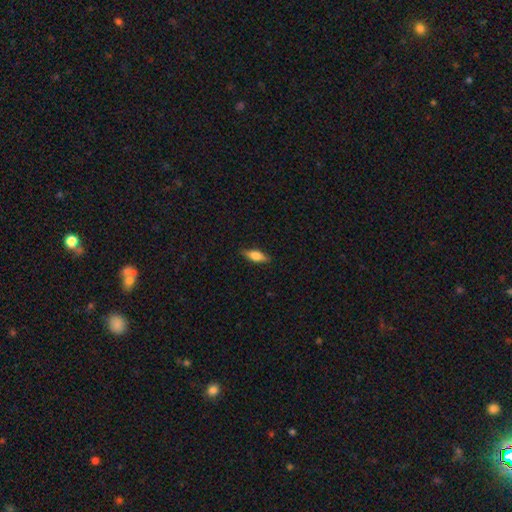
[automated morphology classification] This appears to be a smooth galaxy with no disk features (69%) that is in between round and cigar-shaped (69%). Merging: none (86%).